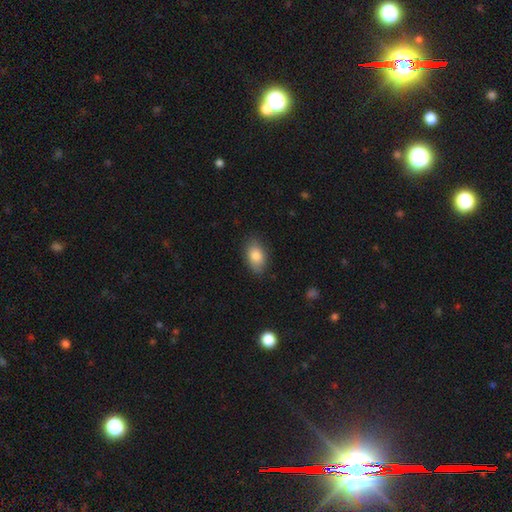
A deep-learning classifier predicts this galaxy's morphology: A smooth galaxy with no disk features (83%) that is in between round and cigar-shaped (90%).

Vote fractions:
- Smooth or featured? smooth: 83% / featured or disk: 10% / star or artifact: 7%
- How rounded? in between: 90% / round: 8% / cigar-shaped: 2%
- Merging? none: 84% / minor disturbance: 13% / major disturbance: 3% / merger: 1%